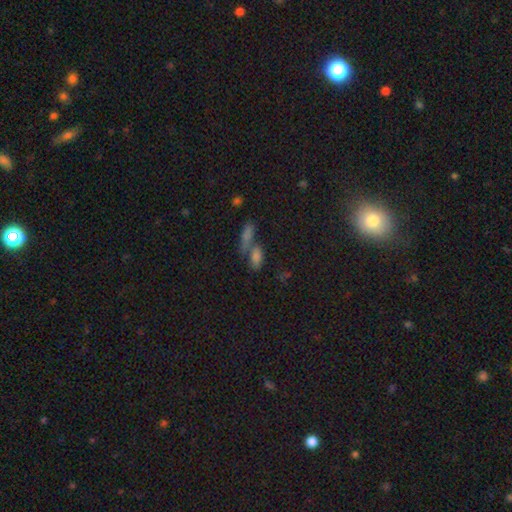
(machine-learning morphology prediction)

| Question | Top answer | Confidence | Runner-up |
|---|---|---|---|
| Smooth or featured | smooth | 66% | star or artifact (20%) |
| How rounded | in between | 72% | cigar-shaped (21%) |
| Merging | merger | 52% | none (34%) |